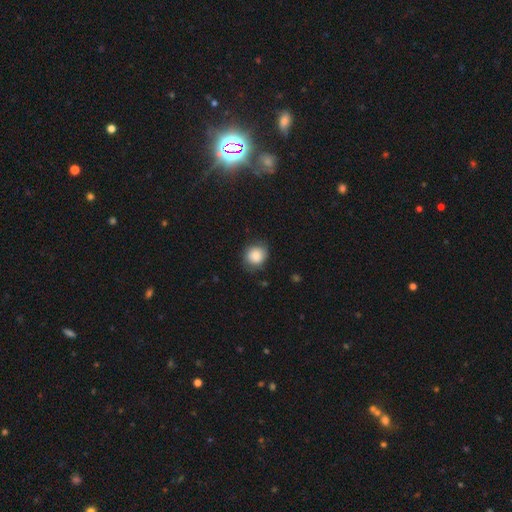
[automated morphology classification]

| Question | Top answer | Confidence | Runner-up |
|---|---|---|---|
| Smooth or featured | smooth | 85% | star or artifact (8%) |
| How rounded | round | 75% | in between (24%) |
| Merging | none | 75% | minor disturbance (19%) |